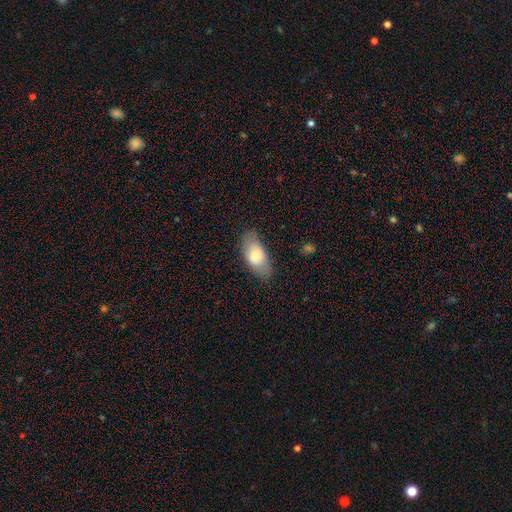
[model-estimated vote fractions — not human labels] This appears to be a smooth galaxy with no disk features (74%) that is in between round and cigar-shaped (90%). Merging: none (77%).